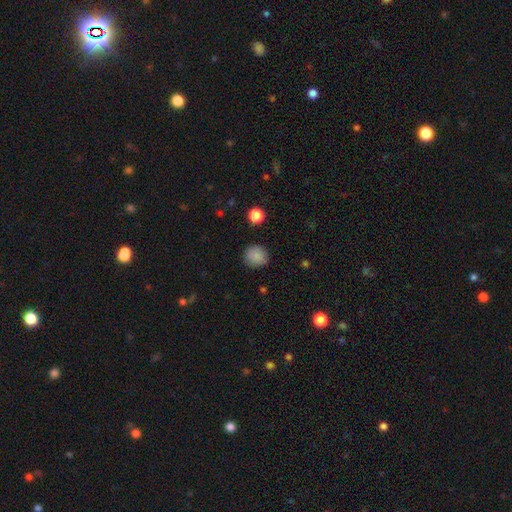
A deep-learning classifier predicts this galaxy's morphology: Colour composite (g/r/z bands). It shows a smooth galaxy with no disk features (86%) that is round (89%). Merging: none (86%).